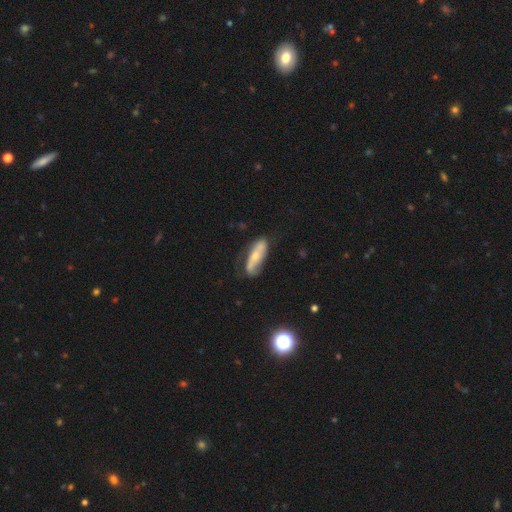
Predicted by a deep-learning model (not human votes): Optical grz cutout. It shows a featured or disk galaxy (50%). Merging: none (63%).